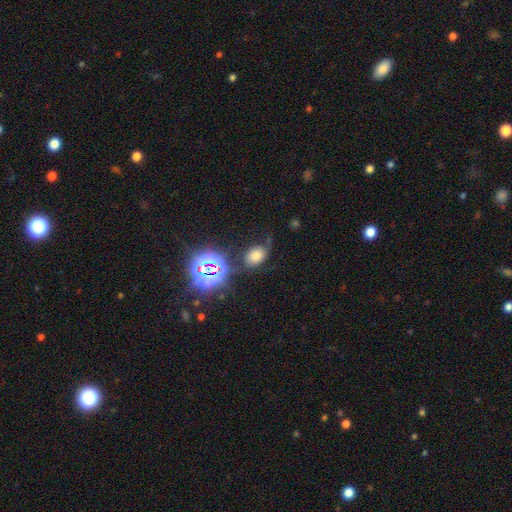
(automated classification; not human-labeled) Morphology: type=smooth (60%); roundness=in between (75%); merging=none (59%).